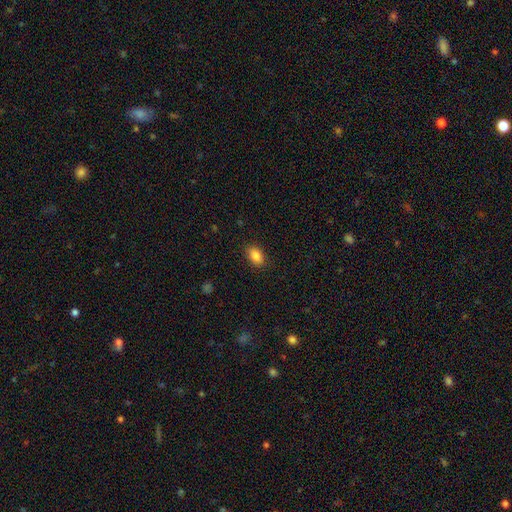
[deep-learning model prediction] A smooth galaxy with no disk features (86%) that is in between round and cigar-shaped (86%).

Vote fractions:
- Smooth or featured? smooth: 86% / star or artifact: 9% / featured or disk: 6%
- How rounded? in between: 86% / round: 12% / cigar-shaped: 2%
- Merging? none: 88% / minor disturbance: 9% / major disturbance: 2% / merger: 1%